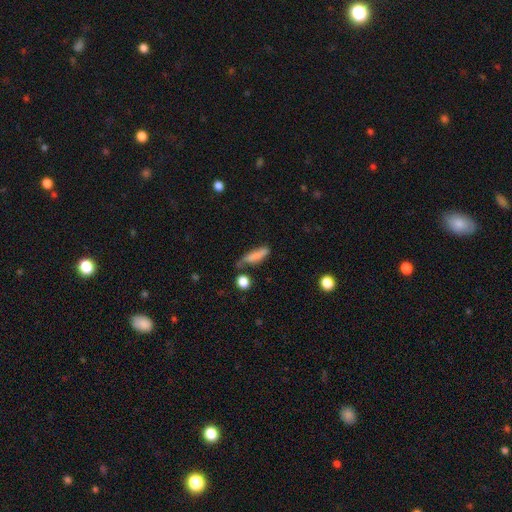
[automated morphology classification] smooth-or-featured: smooth: 77% | featured or disk: 15% | star or artifact: 9%
  how-rounded: cigar-shaped: 62% | in between: 34% | round: 4%
  merging: none: 48% | minor disturbance: 29% | major disturbance: 12% | merger: 11%